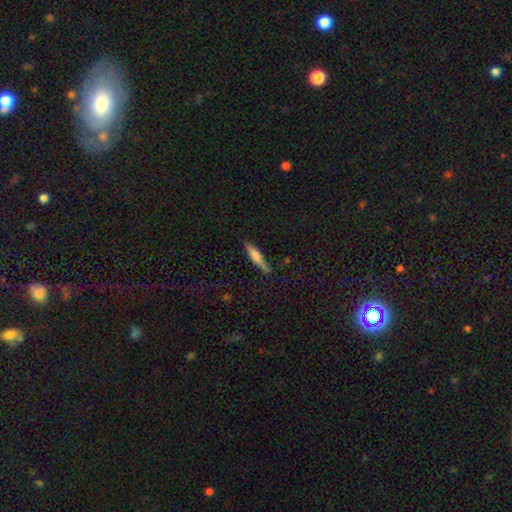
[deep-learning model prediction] smooth_or_featured: smooth (p=0.59) [alt: featured or disk p=0.34]
how_rounded: cigar-shaped (p=0.81) [alt: in between p=0.17]
merging: none (p=0.77) [alt: minor disturbance p=0.17]